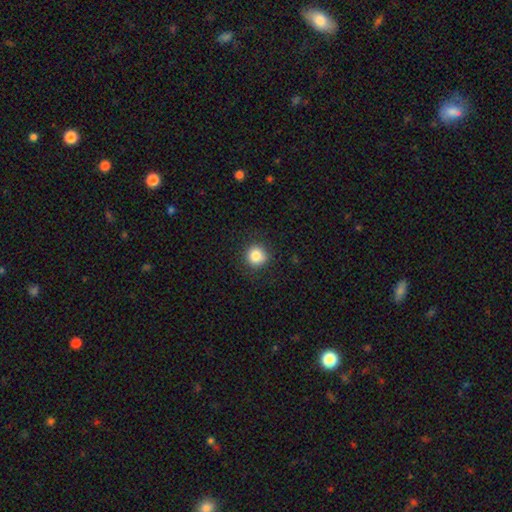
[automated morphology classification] Smooth or featured? smooth (84%)
How rounded? round (92%)
Merging? none (88%)